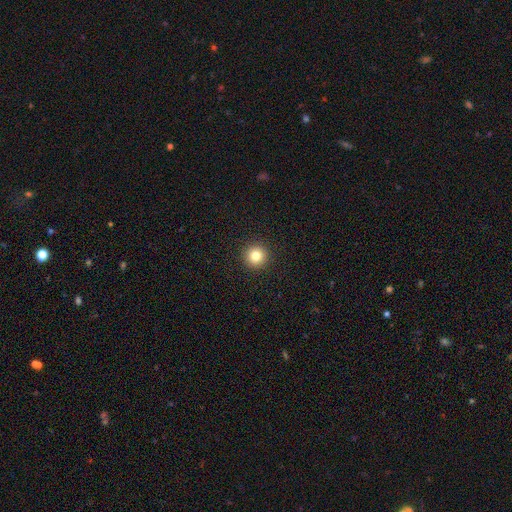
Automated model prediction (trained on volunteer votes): Q: Smooth or featured?
A: smooth (82%); runner-up: star or artifact (12%)
Q: How rounded?
A: round (96%); runner-up: in between (3%)
Q: Merging?
A: none (93%); runner-up: minor disturbance (4%)